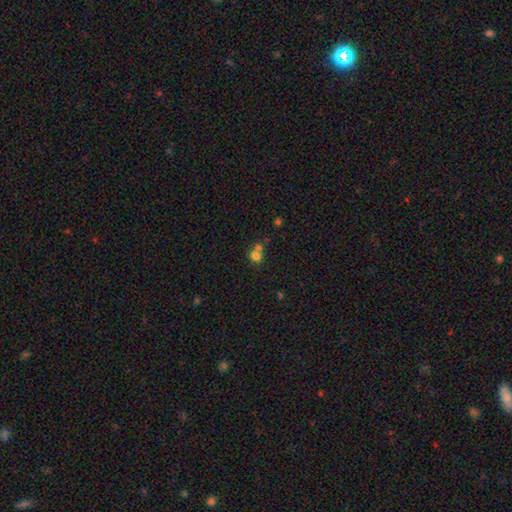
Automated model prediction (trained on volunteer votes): Q: Smooth or featured?
A: smooth (74%); runner-up: star or artifact (14%)
Q: How rounded?
A: round (79%); runner-up: in between (20%)
Q: Merging?
A: merger (53%); runner-up: none (36%)